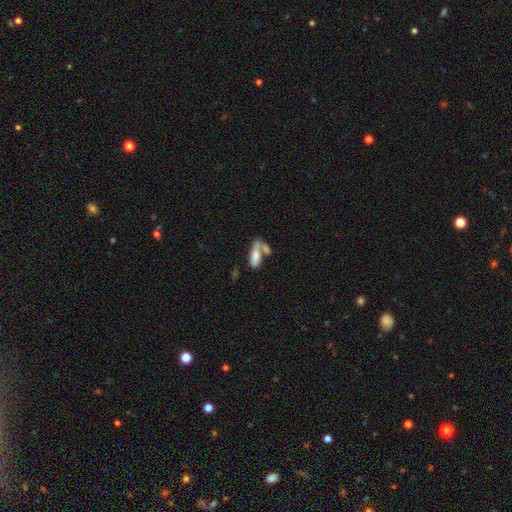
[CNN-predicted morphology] Overall: smooth (71%). How rounded: in between (72%). Merging: merger (52%; none 27%).